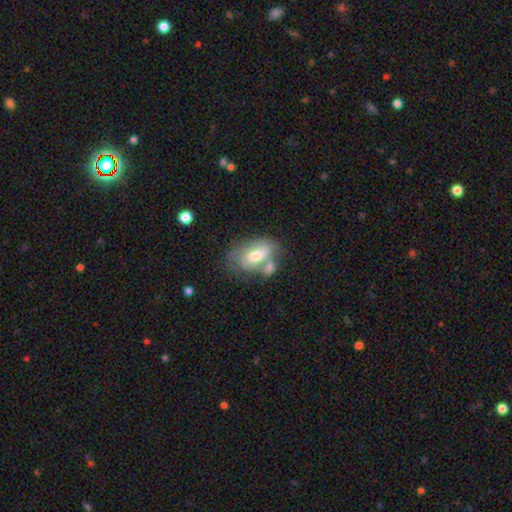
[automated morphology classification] Smooth or featured?
  - featured or disk: 48% *
  - smooth: 45%
  - star or artifact: 7%
Merging?
  - none: 37% *
  - merger: 31%
  - minor disturbance: 21%
  - major disturbance: 11%